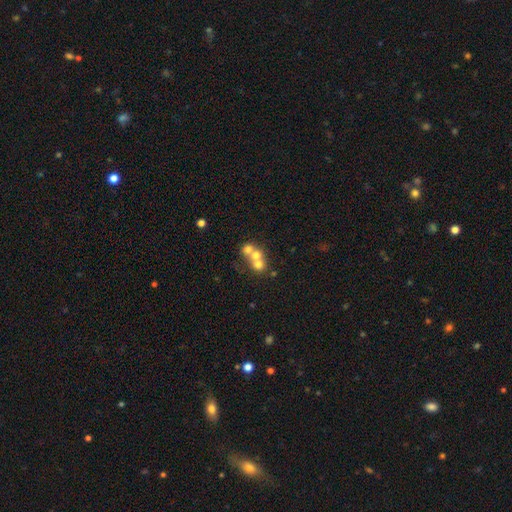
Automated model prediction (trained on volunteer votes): Overall: smooth (59%; featured or disk 28%). How rounded: round (78%). Merging: merger (66%; none 26%).